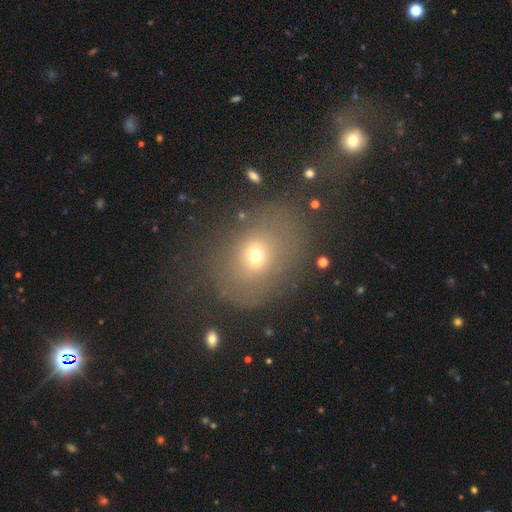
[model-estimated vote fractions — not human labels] This appears to be a smooth galaxy with no disk features (63%) that is in between round and cigar-shaped (50%). Merging: none (68%).